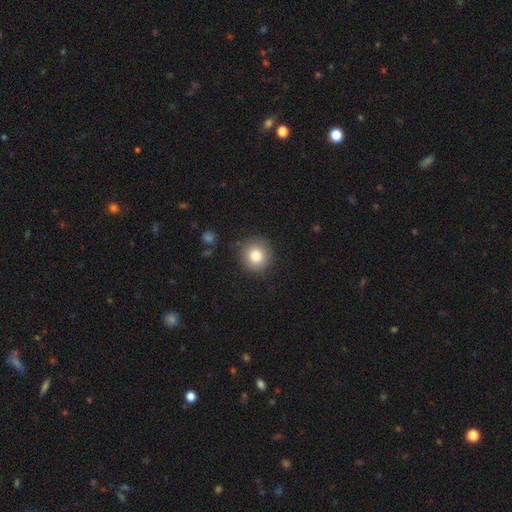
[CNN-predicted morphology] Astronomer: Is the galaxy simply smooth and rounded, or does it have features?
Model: smooth — 82%.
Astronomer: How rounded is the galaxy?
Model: round — 92%.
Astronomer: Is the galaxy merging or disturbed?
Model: none — 87%.